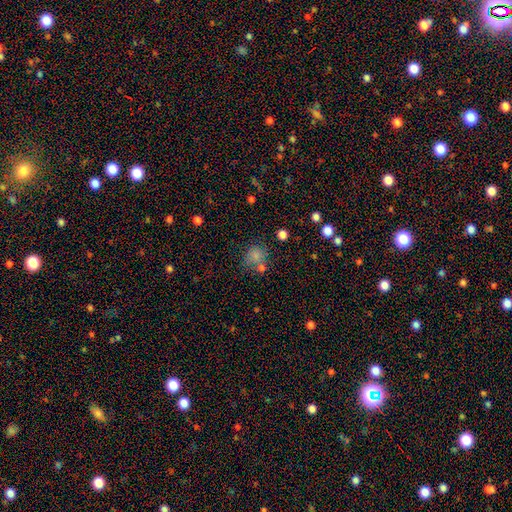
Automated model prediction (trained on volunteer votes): smooth 78%, star or artifact 15%, featured or disk 8%. Down the decision tree: how rounded — round (83%); merging — none (64%).